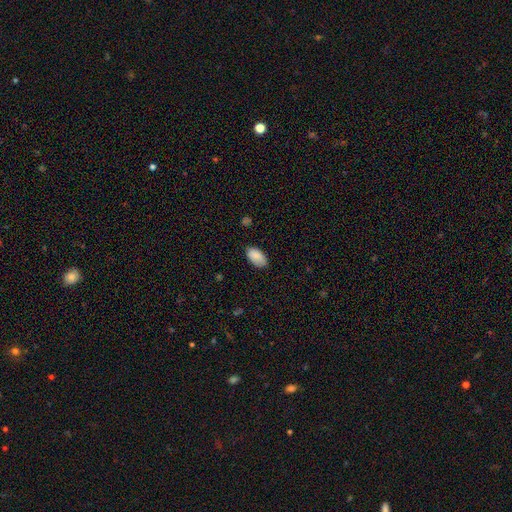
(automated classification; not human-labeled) This appears to be a smooth galaxy with no disk features (88%) that is in between round and cigar-shaped (95%). Merging: none (78%).